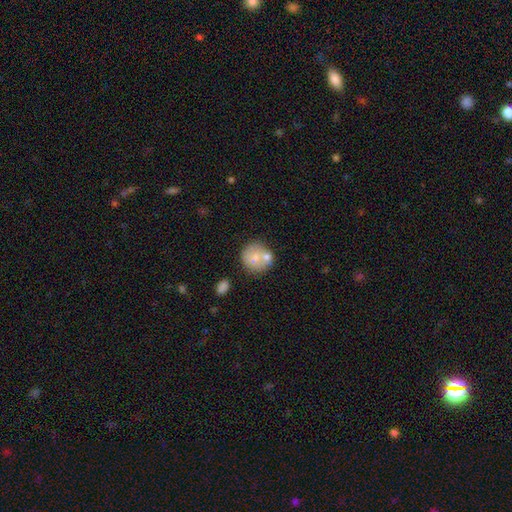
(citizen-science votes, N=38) smooth_or_featured: smooth (p=0.76) [alt: featured or disk p=0.16]
how_rounded: round (p=0.90) [alt: in between p=0.10]
merging: none (p=0.57) [alt: merger p=0.26]